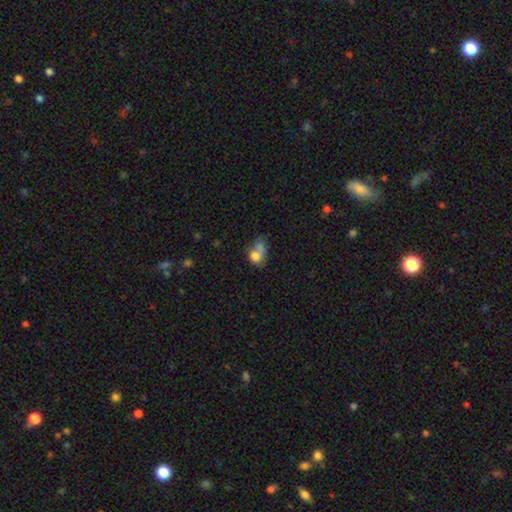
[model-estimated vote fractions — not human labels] Smooth or featured? Predicted: smooth (p=0.73). How rounded? Predicted: in between (p=0.51). Merging? Predicted: merger (p=0.44).